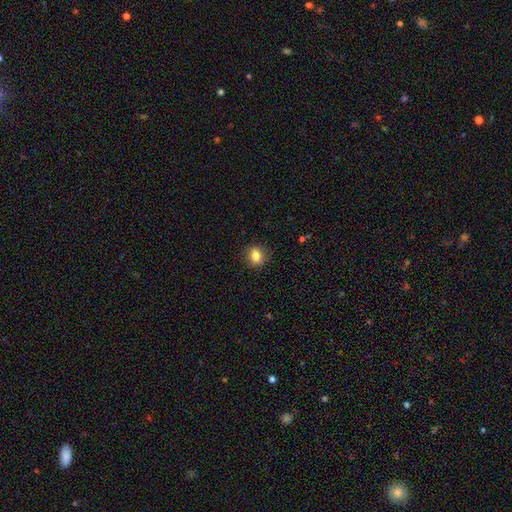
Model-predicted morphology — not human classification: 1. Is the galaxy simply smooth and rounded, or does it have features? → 83% smooth, 10% star or artifact, 7% featured or disk.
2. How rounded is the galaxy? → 65% round, 34% in between, 1% cigar-shaped.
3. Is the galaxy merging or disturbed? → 88% none, 9% minor disturbance, 2% major disturbance, 1% merger.